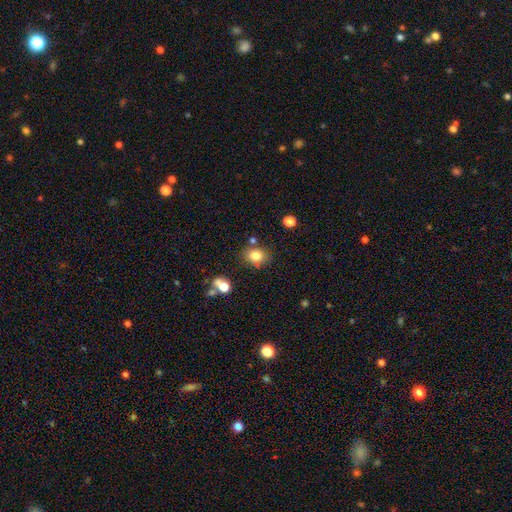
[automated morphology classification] Smooth or featured?
  - smooth: 80% *
  - star or artifact: 12%
  - featured or disk: 8%
How rounded?
  - round: 58% *
  - in between: 42%
  - cigar-shaped: 1%
Merging?
  - none: 74% *
  - minor disturbance: 14%
  - merger: 8%
  - major disturbance: 4%